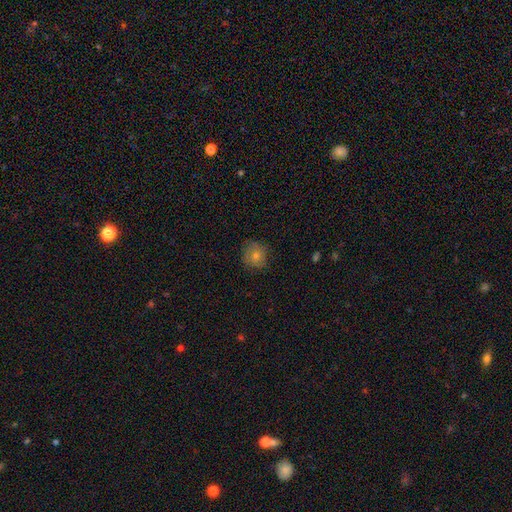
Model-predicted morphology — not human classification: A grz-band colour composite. It shows a smooth galaxy with no disk features (64%) that is round (87%). Merging: none (79%).